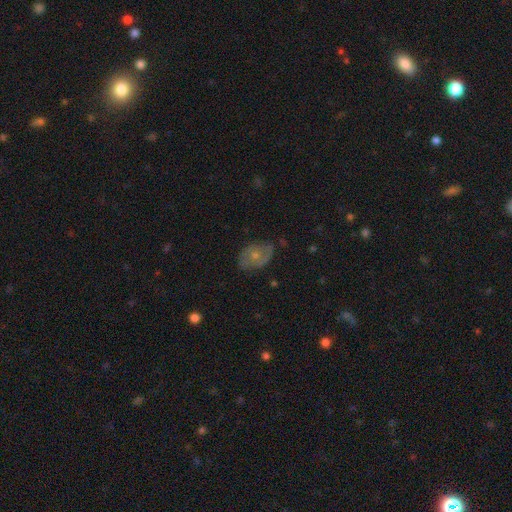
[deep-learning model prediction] Smooth or featured: smooth — 46% (tied with featured or disk — 46%)
Merging: none — 66% (minor disturbance — 25%)